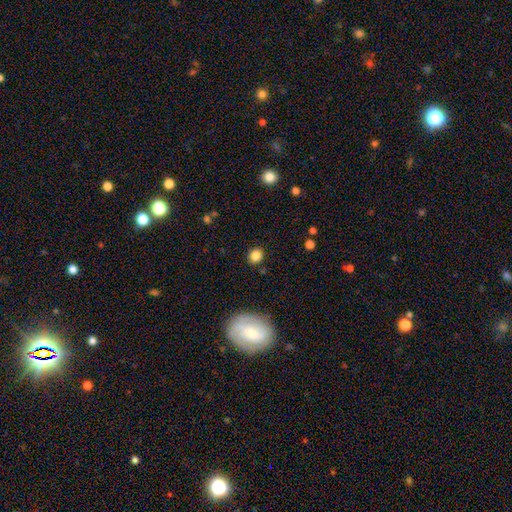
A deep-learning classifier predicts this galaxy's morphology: A smooth galaxy with no disk features (84%) that is round (71%).

Vote fractions:
- Smooth or featured? smooth: 84% / star or artifact: 11% / featured or disk: 5%
- How rounded? round: 71% / in between: 28% / cigar-shaped: 1%
- Merging? none: 88% / minor disturbance: 8% / major disturbance: 2% / merger: 2%